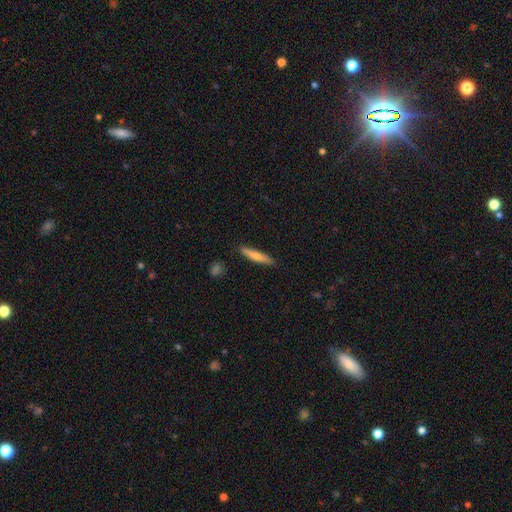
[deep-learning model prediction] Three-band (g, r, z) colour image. It shows a smooth galaxy with no disk features (69%) that is cigar-shaped (88%). Merging: none (87%).